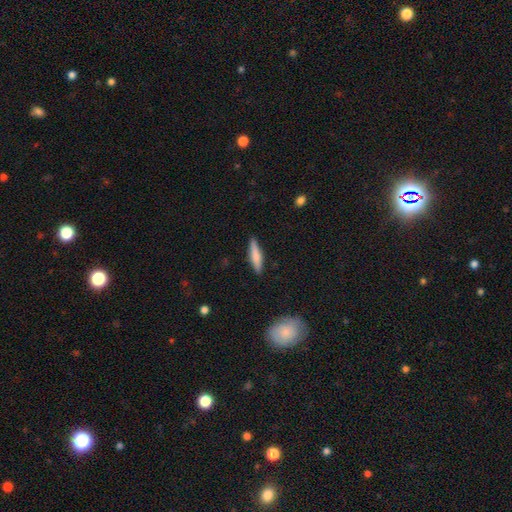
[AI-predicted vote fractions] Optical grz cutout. It shows a smooth galaxy with no disk features (72%) that is cigar-shaped (81%). Merging: none (88%).